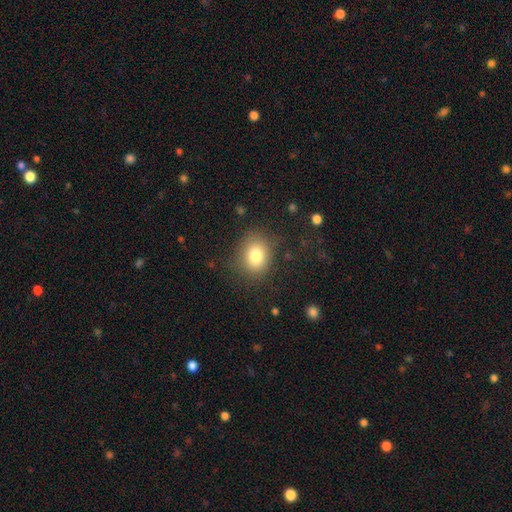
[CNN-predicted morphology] Overall: smooth (80%). How rounded: round (55%; in between 44%). Merging: none (80%).